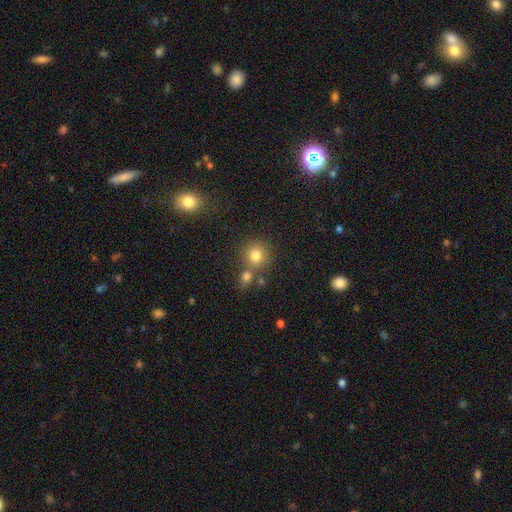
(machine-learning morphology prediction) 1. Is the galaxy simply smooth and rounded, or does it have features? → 79% smooth, 13% star or artifact, 8% featured or disk.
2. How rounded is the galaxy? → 89% round, 10% in between, 1% cigar-shaped.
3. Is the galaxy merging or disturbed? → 65% none, 22% merger, 9% minor disturbance, 4% major disturbance.